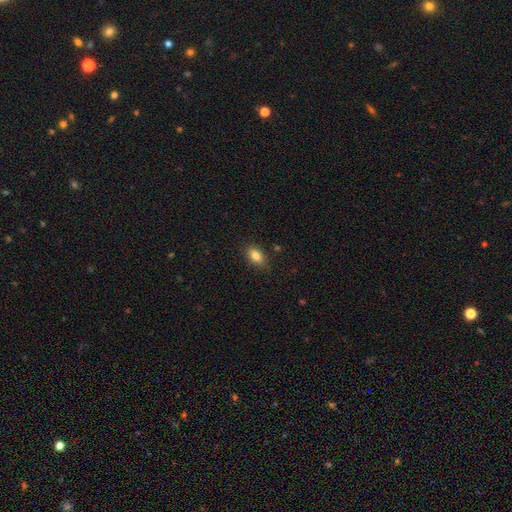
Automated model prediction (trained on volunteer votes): smooth_or_featured: smooth (p=0.82) [alt: star or artifact p=0.09]
how_rounded: in between (p=0.84) [alt: round p=0.12]
merging: none (p=0.85) [alt: minor disturbance p=0.11]